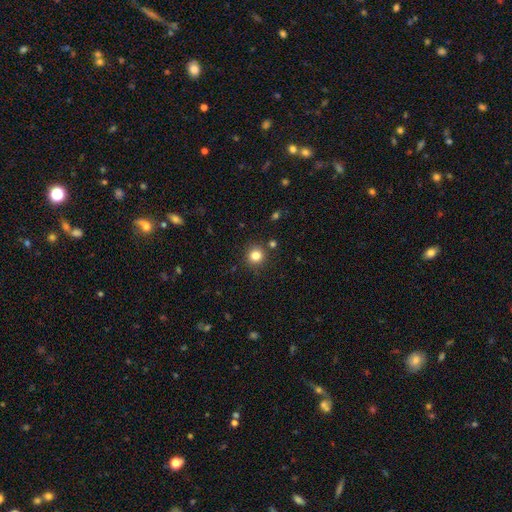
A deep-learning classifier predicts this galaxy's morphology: Q: Smooth or featured?
A: smooth (82%); runner-up: star or artifact (13%)
Q: How rounded?
A: round (93%); runner-up: in between (6%)
Q: Merging?
A: none (88%); runner-up: minor disturbance (6%)